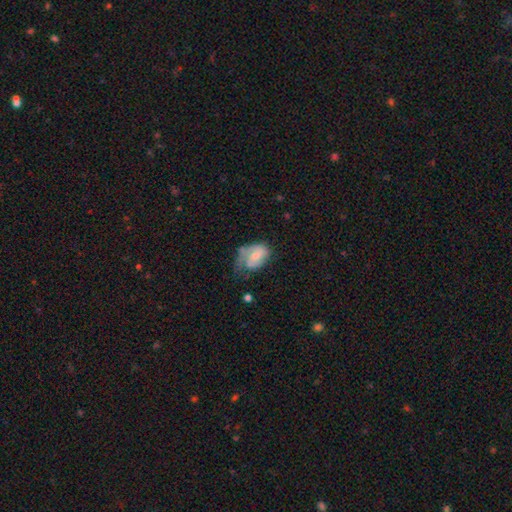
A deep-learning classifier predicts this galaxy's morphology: A smooth galaxy with no disk features (49%).

Vote fractions:
- Smooth or featured? smooth: 49% / featured or disk: 44% / star or artifact: 7%
- Merging? minor disturbance: 34% / major disturbance: 31% / none: 30% / merger: 4%